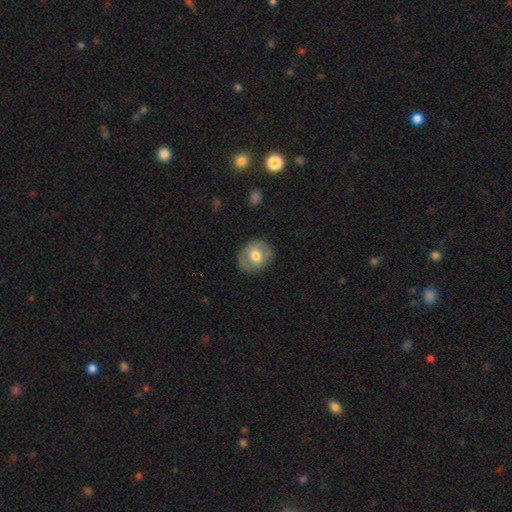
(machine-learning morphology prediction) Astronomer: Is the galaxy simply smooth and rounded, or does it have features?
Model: smooth — 60%.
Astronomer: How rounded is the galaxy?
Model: round — 66%.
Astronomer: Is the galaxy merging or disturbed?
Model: none — 81%.